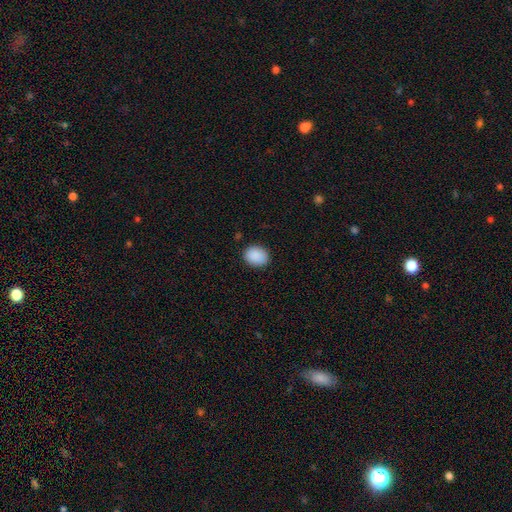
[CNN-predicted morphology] Smooth or featured: smooth — 90% (star or artifact — 8%)
How rounded: in between — 52% (round — 47%)
Merging: none — 87% (minor disturbance — 9%)